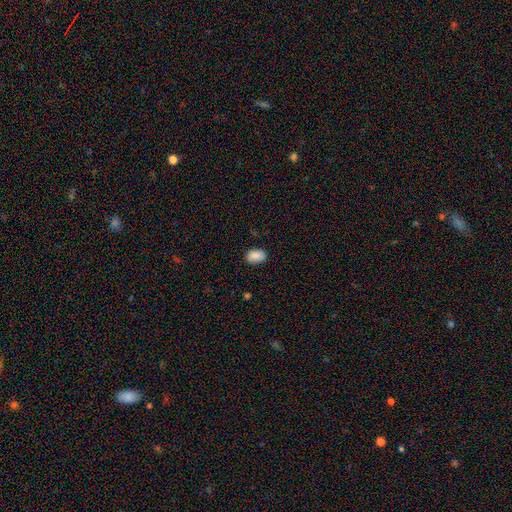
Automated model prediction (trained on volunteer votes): This is clearly a smooth galaxy (88%). How rounded: clearly in between (87%). Merging: clearly none (84%).